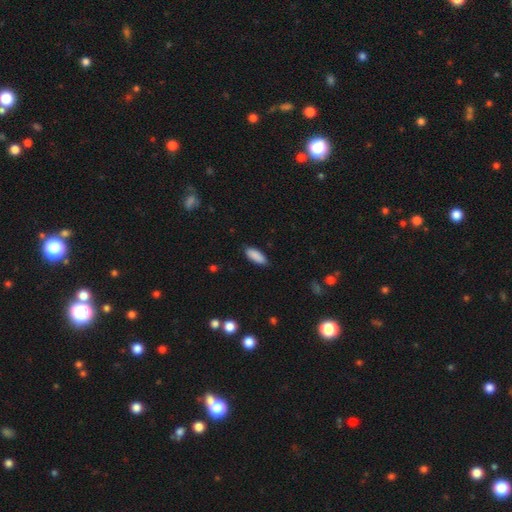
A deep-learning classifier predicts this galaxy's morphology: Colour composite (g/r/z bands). It shows a smooth galaxy with no disk features (89%) that is in between round and cigar-shaped (75%). Merging: none (85%).